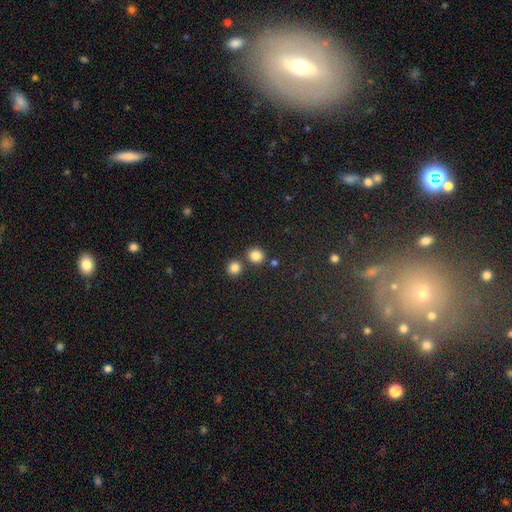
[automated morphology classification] Smooth or featured? Predicted: smooth (p=0.83). How rounded? Predicted: round (p=0.87). Merging? Predicted: none (p=0.75).